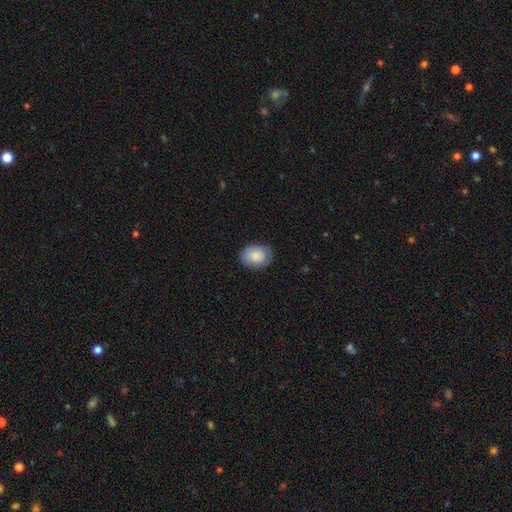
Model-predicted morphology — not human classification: type=smooth (83%); roundness=in between (60%); merging=none (79%).